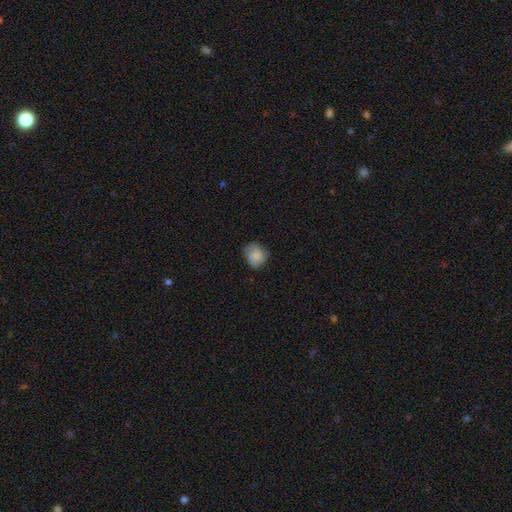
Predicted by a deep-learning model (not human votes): The model was most divided on "how rounded": round: 70%, in between: 29%, cigar-shaped: 1%. More confident: merging — none (67%); smooth or featured — smooth (67%).